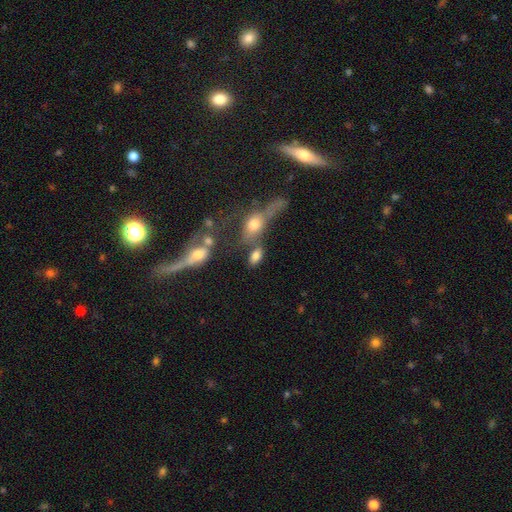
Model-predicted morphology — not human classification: The model was most divided on "merging": none: 48%, merger: 29%, minor disturbance: 14%, major disturbance: 10%. More confident: how rounded — in between (85%); smooth or featured — smooth (76%).